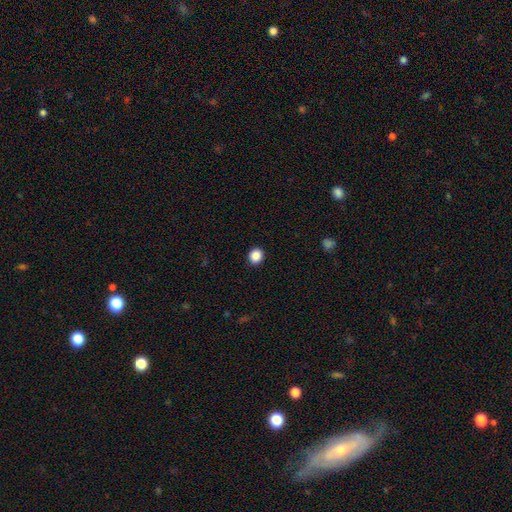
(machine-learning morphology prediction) smooth 88%, star or artifact 9%, featured or disk 3%. Down the decision tree: how rounded — round (79%); merging — none (92%).